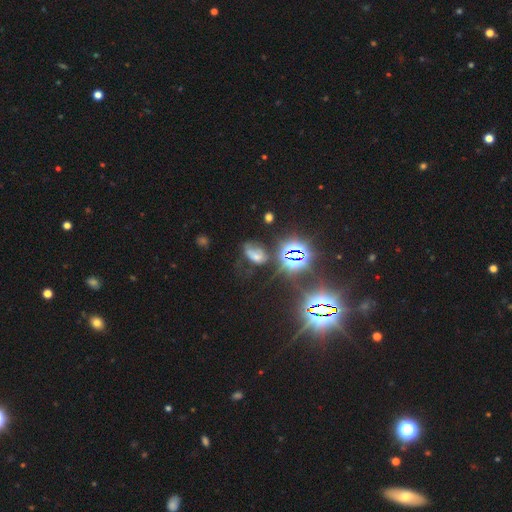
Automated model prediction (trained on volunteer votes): A star or artifact, not a galaxy (38%, tied with smooth).

Vote fractions:
- Smooth or featured? star or artifact: 38% (tied) / smooth: 38% (tied) / featured or disk: 24%